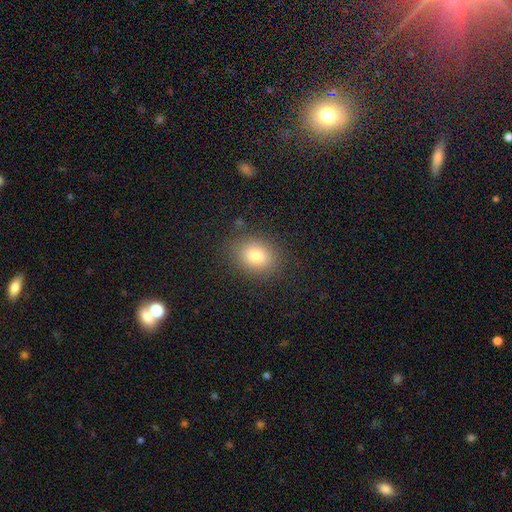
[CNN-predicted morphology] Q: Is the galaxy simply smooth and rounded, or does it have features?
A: smooth — 80%.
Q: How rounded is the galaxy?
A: in between — 56%.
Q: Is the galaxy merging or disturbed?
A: none — 84%.